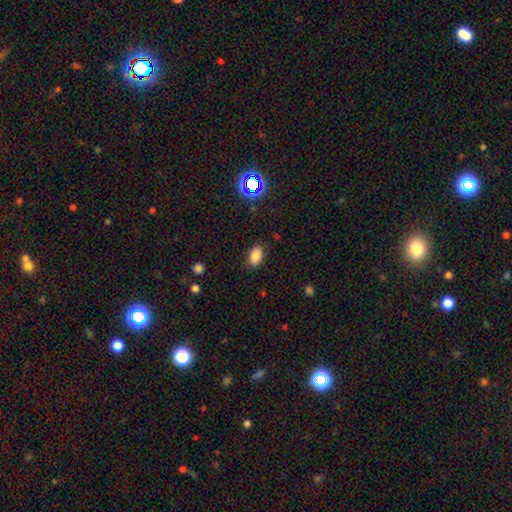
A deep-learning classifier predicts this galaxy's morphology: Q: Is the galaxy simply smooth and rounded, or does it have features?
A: smooth — 83%.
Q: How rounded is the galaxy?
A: in between — 89%.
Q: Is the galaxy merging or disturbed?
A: none — 84%.